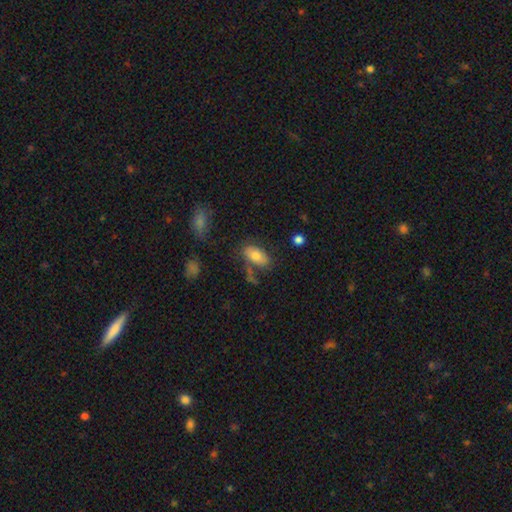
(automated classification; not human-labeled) This is likely a smooth galaxy (77%). How rounded: clearly in between (92%). Merging: likely none (61%).